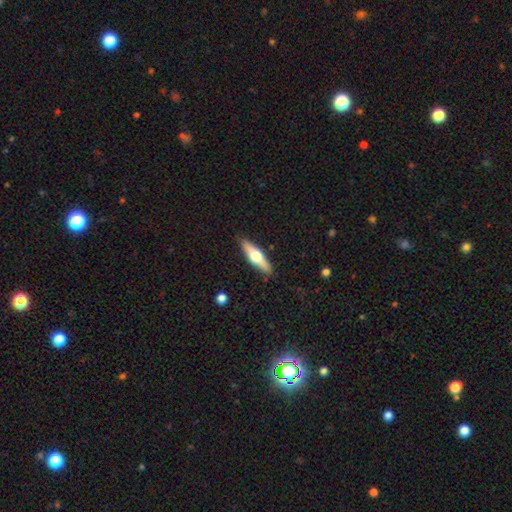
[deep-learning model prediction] Smooth or featured?
  - featured or disk: 54% *
  - smooth: 41%
  - star or artifact: 5%
Edge-on disk?
  - yes: 93% *
  - no: 7%
Merging?
  - none: 89% *
  - minor disturbance: 8%
  - major disturbance: 2%
  - merger: 1%